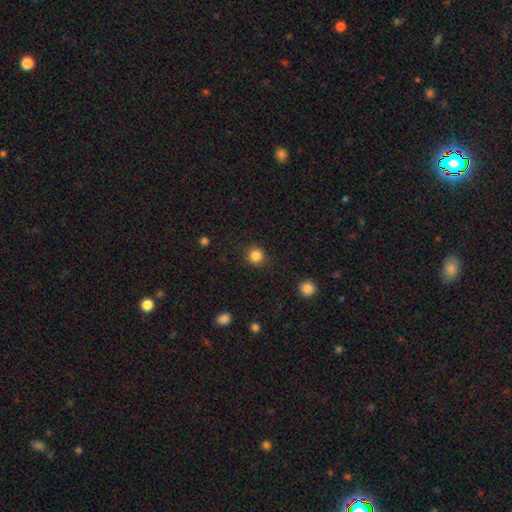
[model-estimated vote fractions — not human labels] This is clearly a smooth galaxy (85%). How rounded: clearly round (93%). Merging: clearly none (89%).